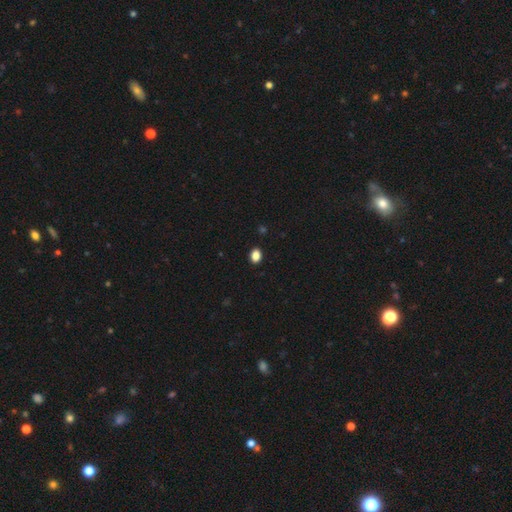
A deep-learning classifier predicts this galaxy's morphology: This is clearly a smooth galaxy (86%). How rounded: likely in between (70%). Merging: clearly none (91%).